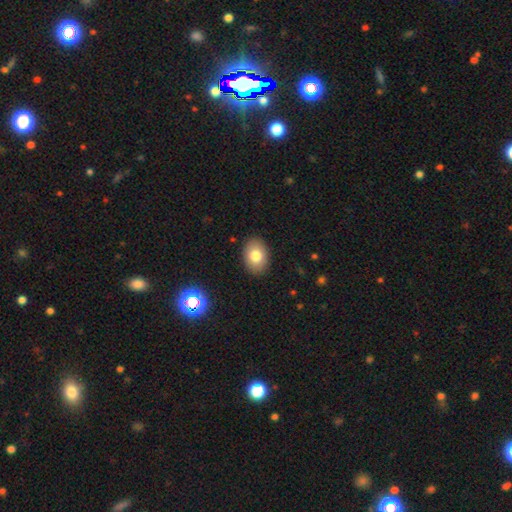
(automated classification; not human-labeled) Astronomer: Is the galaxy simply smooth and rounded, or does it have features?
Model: smooth — 79%.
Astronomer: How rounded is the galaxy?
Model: in between — 77%.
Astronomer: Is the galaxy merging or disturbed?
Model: none — 89%.